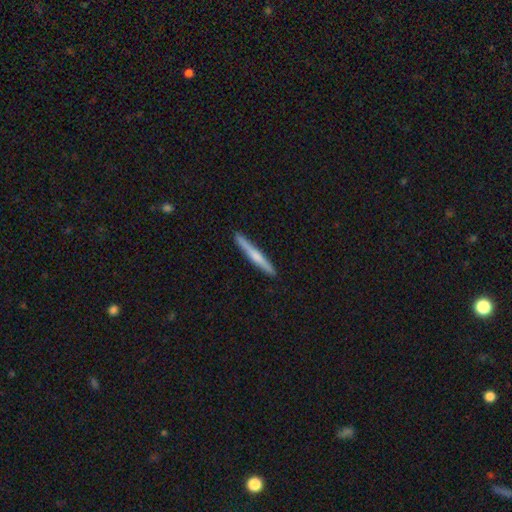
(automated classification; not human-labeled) Q: Smooth or featured?
A: smooth (49%); runner-up: featured or disk (45%)
Q: Merging?
A: none (91%); runner-up: minor disturbance (6%)